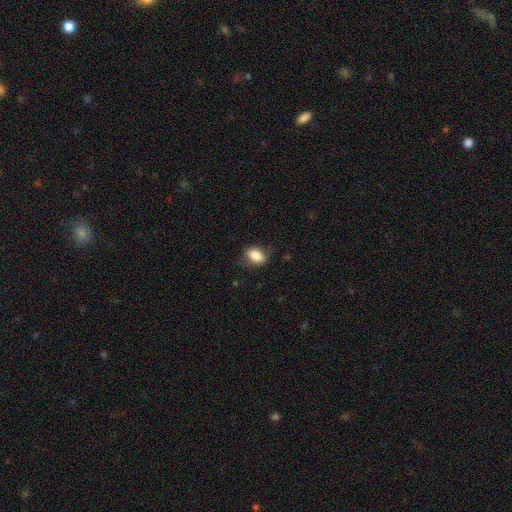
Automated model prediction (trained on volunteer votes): smooth-or-featured: smooth: 83% | featured or disk: 9% | star or artifact: 8%
  how-rounded: in between: 77% | round: 21% | cigar-shaped: 2%
  merging: none: 75% | minor disturbance: 19% | major disturbance: 5% | merger: 1%